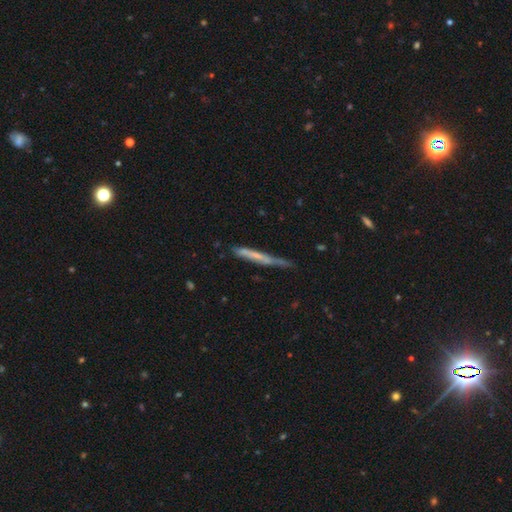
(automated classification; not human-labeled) Smooth or featured: smooth — 48% (featured or disk — 44%)
Merging: none — 63% (minor disturbance — 27%)